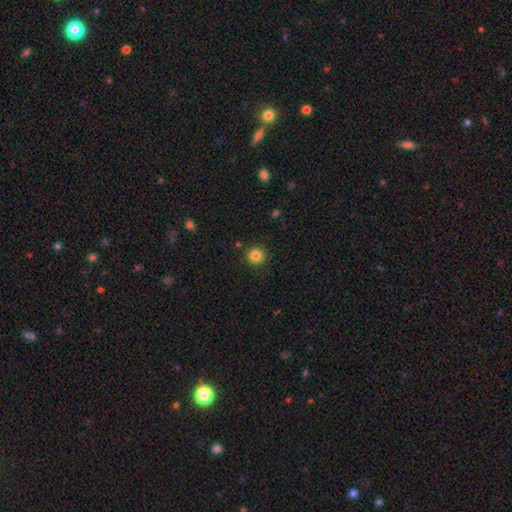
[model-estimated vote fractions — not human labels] This is clearly a smooth galaxy (84%). How rounded: clearly round (94%). Merging: clearly none (90%).